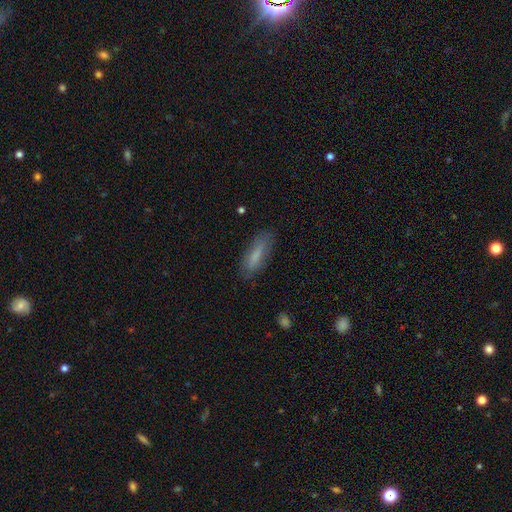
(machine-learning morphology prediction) This is likely a smooth galaxy (76%). How rounded: possibly cigar-shaped (54%). Merging: likely none (79%).